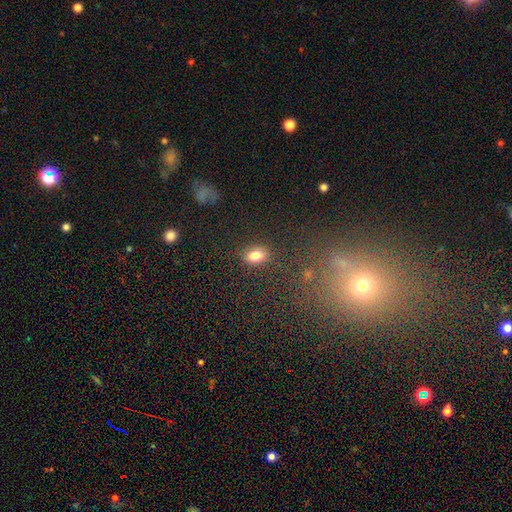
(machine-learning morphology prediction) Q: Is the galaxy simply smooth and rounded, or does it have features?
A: smooth — 81%.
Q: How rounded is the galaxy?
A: in between — 76%.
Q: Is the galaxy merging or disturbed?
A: none — 86%.